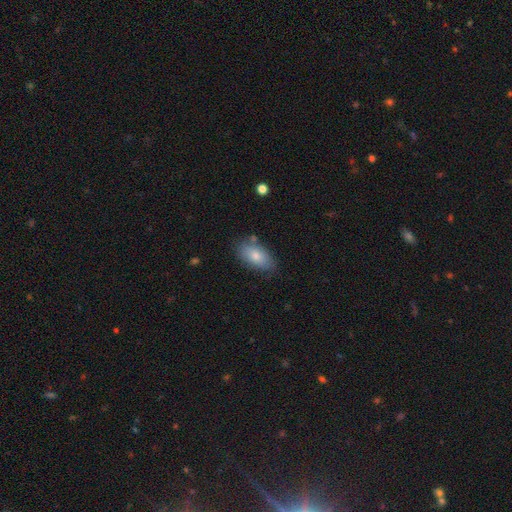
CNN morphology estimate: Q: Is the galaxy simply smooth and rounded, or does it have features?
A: smooth — 79%.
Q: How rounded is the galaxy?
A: in between — 92%.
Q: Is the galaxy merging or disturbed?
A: none — 75%.